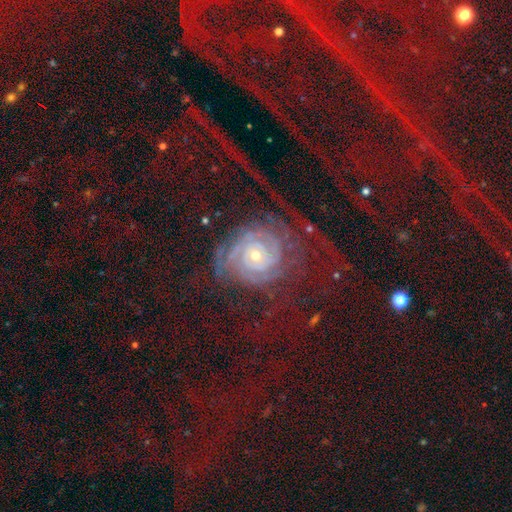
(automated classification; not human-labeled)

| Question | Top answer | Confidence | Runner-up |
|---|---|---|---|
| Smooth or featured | featured or disk | 82% | star or artifact (11%) |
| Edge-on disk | no | 97% | yes (3%) |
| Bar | no | 71% | weak (20%) |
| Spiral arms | yes | 97% | no (3%) |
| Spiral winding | tight | 76% | medium (17%) |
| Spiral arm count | can't tell | 26% | 2 (25%) |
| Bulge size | small | 62% | moderate (34%) |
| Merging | none | 64% | major disturbance (20%) |